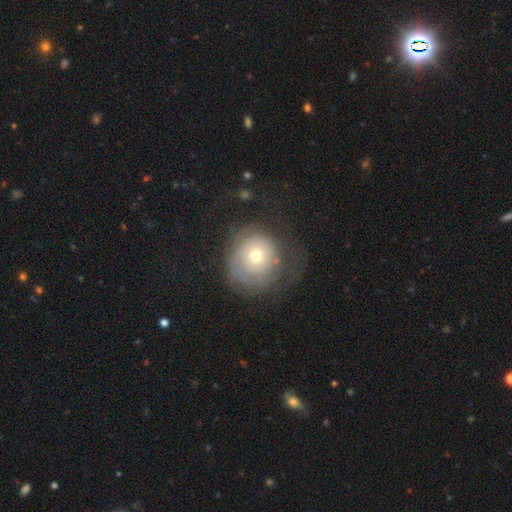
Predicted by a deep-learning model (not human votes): Smooth or featured? Predicted: smooth (p=0.54). How rounded? Predicted: round (p=0.87). Merging? Predicted: none (p=0.48).